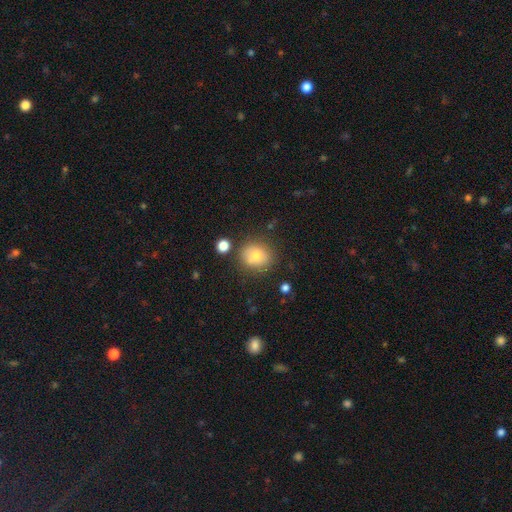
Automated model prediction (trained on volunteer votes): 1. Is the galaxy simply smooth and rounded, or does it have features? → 76% smooth, 13% featured or disk, 11% star or artifact.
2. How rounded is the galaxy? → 77% round, 22% in between, 1% cigar-shaped.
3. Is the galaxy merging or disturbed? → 74% none, 14% minor disturbance, 8% merger, 4% major disturbance.